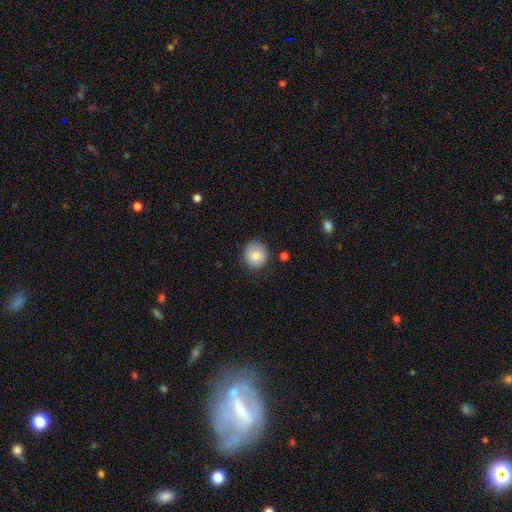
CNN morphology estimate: smooth-or-featured: smooth: 81% | featured or disk: 10% | star or artifact: 8%
  how-rounded: round: 88% | in between: 11% | cigar-shaped: 1%
  merging: none: 81% | minor disturbance: 14% | major disturbance: 3% | merger: 2%